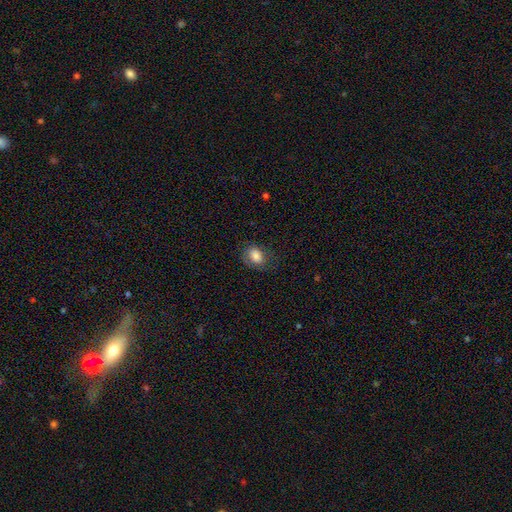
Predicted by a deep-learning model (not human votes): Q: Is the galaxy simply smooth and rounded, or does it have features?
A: smooth — 80%.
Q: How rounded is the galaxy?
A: in between — 70%.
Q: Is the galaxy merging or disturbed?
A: none — 70%.